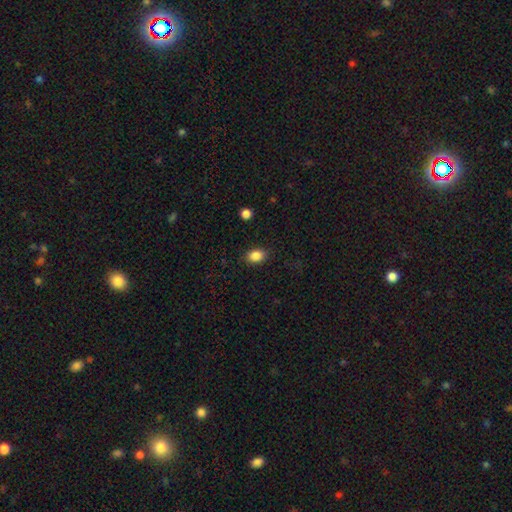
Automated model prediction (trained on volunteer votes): Morphology: type=smooth (87%); roundness=in between (76%); merging=none (87%).